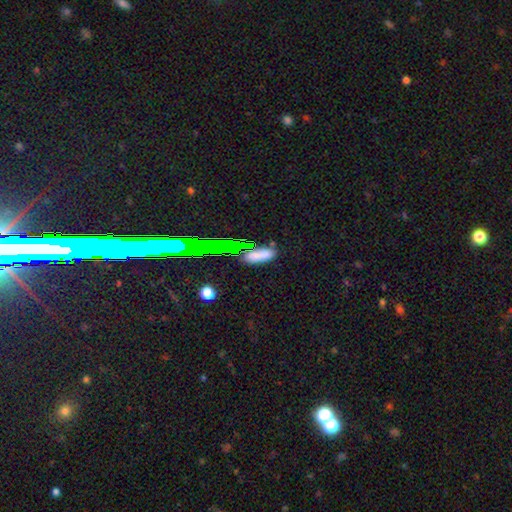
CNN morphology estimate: smooth-or-featured: smooth: 74% | star or artifact: 16% | featured or disk: 10%
  how-rounded: in between: 58% | cigar-shaped: 38% | round: 4%
  merging: none: 70% | minor disturbance: 18% | merger: 6% | major disturbance: 6%